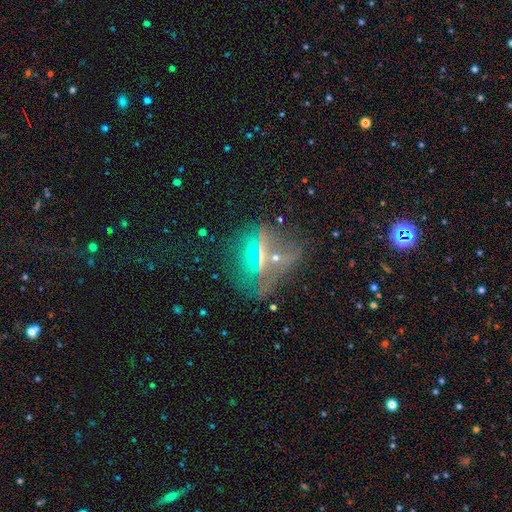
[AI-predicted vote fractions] This is marginally a star or artifact rather than a galaxy (43%).